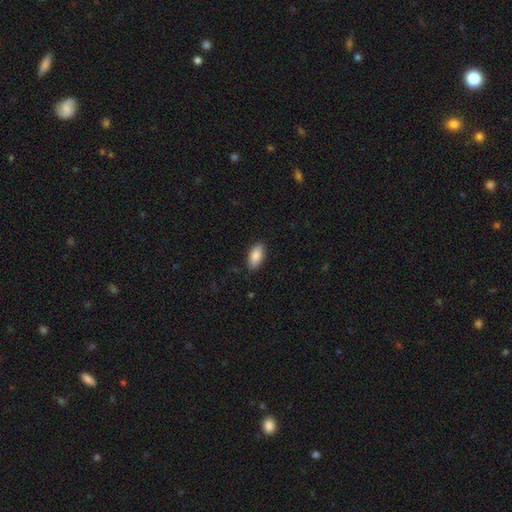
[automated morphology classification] A smooth galaxy with no disk features (87%) that is in between round and cigar-shaped (92%). Merging: none (87%).